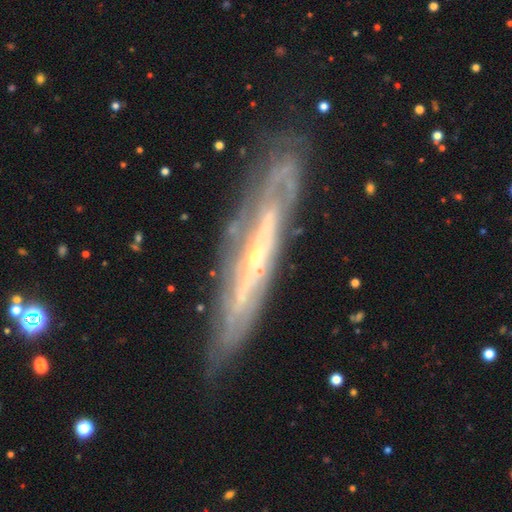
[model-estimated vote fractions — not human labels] smooth_or_featured: featured or disk (p=0.81) [alt: smooth p=0.12]
disk_edge_on: no (p=0.52) [alt: yes p=0.48]
merging: none (p=0.78) [alt: minor disturbance p=0.16]